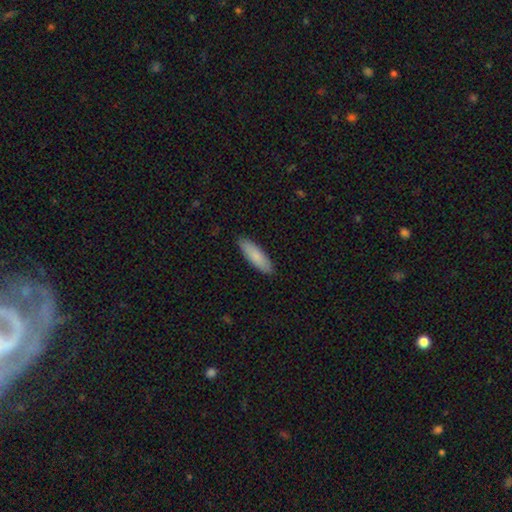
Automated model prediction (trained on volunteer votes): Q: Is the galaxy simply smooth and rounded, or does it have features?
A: smooth — 85%.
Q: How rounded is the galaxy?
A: cigar-shaped — 52%.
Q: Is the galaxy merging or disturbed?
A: none — 89%.